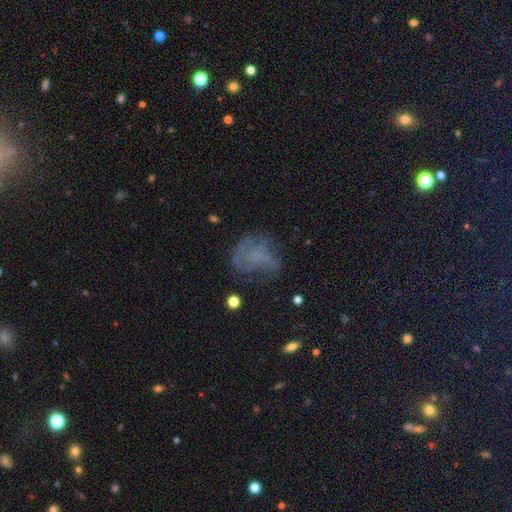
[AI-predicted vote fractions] Smooth or featured?
  - featured or disk: 47% *
  - smooth: 33%
  - star or artifact: 20%
Merging?
  - none: 44% *
  - major disturbance: 32%
  - minor disturbance: 22%
  - merger: 3%